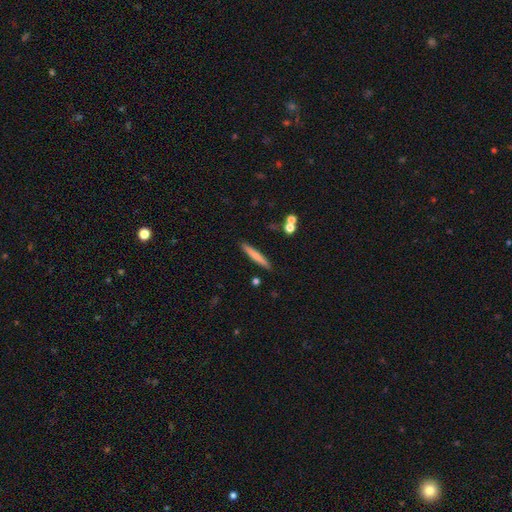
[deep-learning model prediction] This is likely a smooth galaxy (65%). How rounded: clearly cigar-shaped (94%). Merging: clearly none (89%).